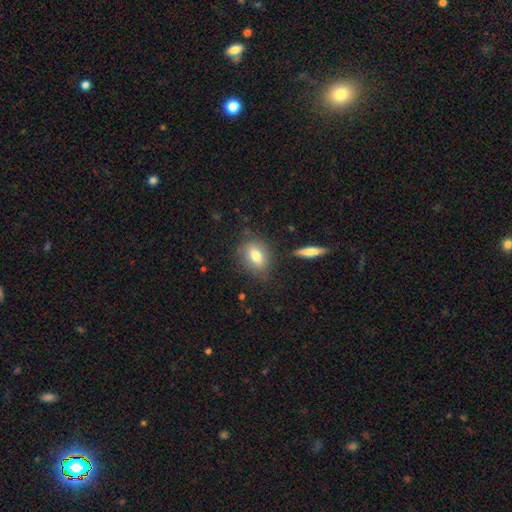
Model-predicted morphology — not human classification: Smooth or featured? Predicted: smooth (p=0.77). How rounded? Predicted: in between (p=0.75). Merging? Predicted: none (p=0.77).